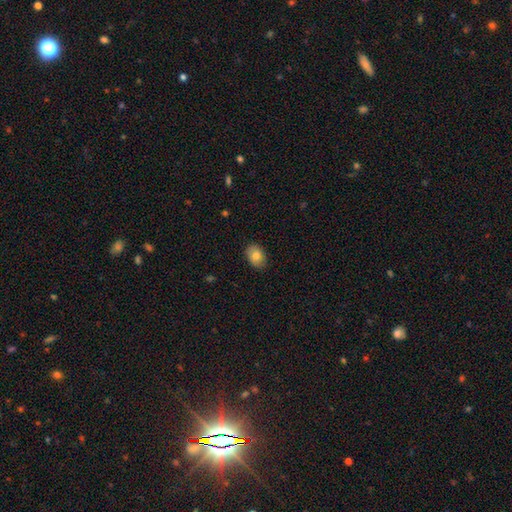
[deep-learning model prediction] The model was most divided on "how rounded": in between: 80%, round: 19%, cigar-shaped: 1%. More confident: merging — none (86%); smooth or featured — smooth (80%).